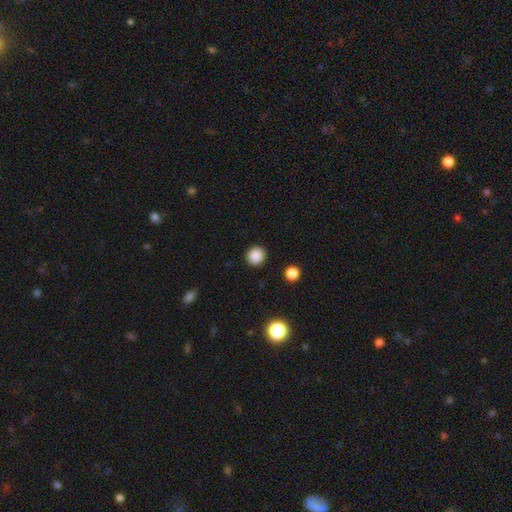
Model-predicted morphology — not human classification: smooth_or_featured: smooth (p=0.87) [alt: star or artifact p=0.10]
how_rounded: round (p=0.92) [alt: in between p=0.07]
merging: none (p=0.92) [alt: minor disturbance p=0.05]